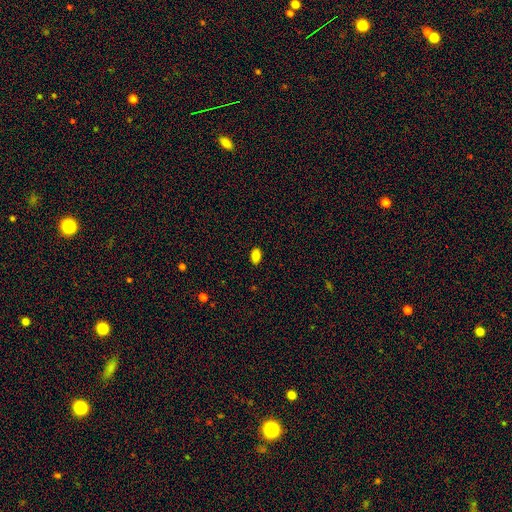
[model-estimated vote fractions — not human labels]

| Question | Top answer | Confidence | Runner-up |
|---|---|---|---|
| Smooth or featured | smooth | 86% | star or artifact (9%) |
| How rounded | in between | 90% | round (8%) |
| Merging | none | 89% | minor disturbance (8%) |